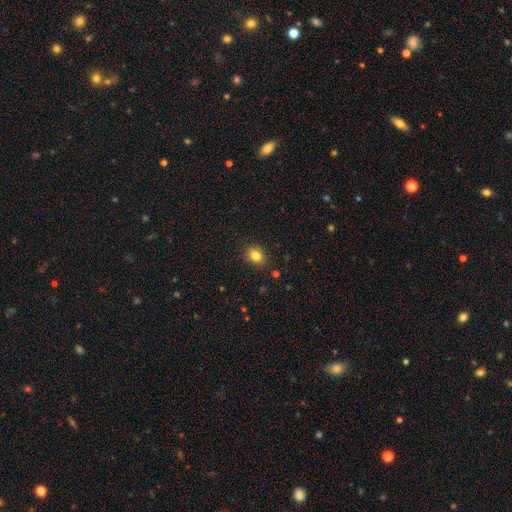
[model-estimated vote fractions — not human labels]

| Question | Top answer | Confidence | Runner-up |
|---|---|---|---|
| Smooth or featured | smooth | 82% | star or artifact (11%) |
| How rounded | in between | 54% | round (45%) |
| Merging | none | 88% | minor disturbance (9%) |